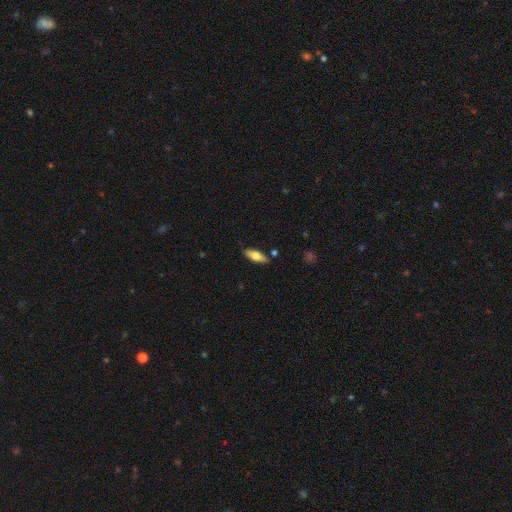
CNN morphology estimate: Smooth or featured? Predicted: smooth (p=0.66). How rounded? Predicted: in between (p=0.67). Merging? Predicted: none (p=0.85).